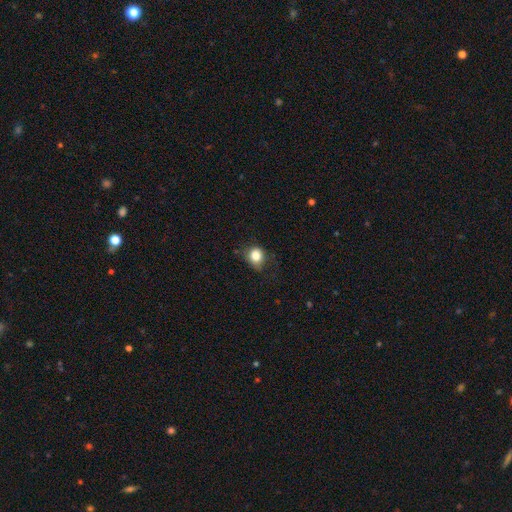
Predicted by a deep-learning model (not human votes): This appears to be a smooth galaxy with no disk features (83%) that is round (69%). Merging: none (61%).